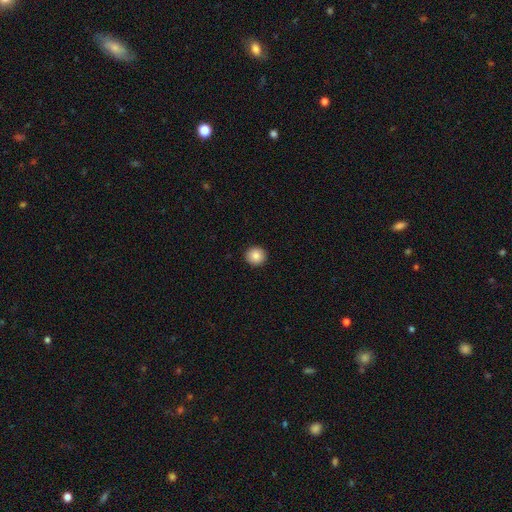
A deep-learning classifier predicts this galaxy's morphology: Smooth or featured? Predicted: smooth (p=0.86). How rounded? Predicted: round (p=0.93). Merging? Predicted: none (p=0.93).